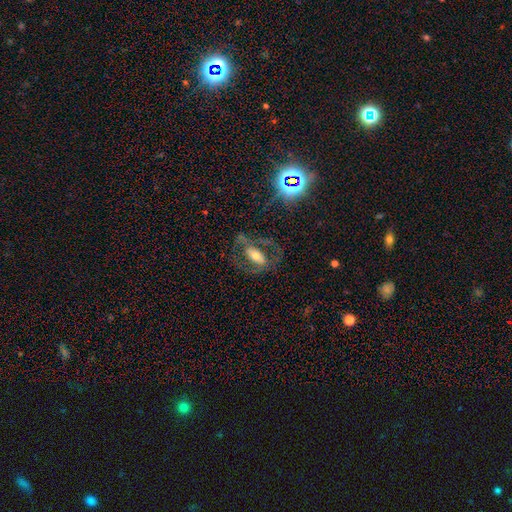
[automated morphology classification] This appears to be a featured or disk galaxy (53%). Merging: none (60%).